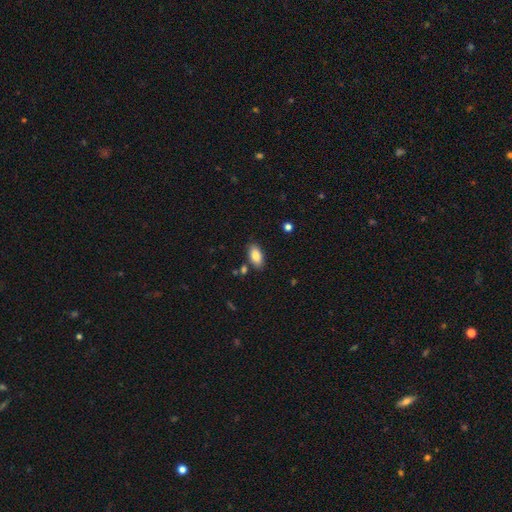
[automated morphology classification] A smooth galaxy with no disk features (85%) that is in between round and cigar-shaped (92%).

Vote fractions:
- Smooth or featured? smooth: 85% / featured or disk: 8% / star or artifact: 7%
- How rounded? in between: 92% / cigar-shaped: 5% / round: 3%
- Merging? none: 83% / minor disturbance: 11% / merger: 4% / major disturbance: 3%